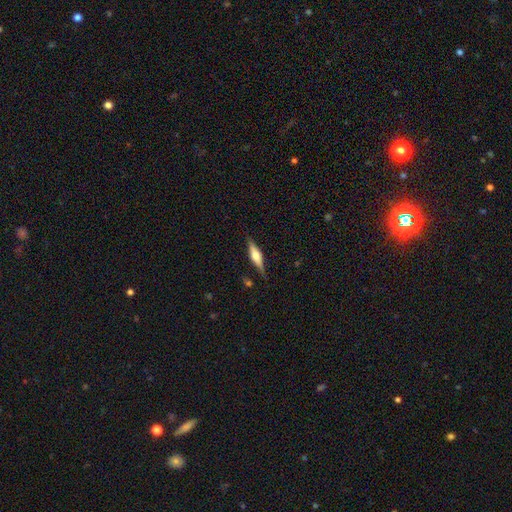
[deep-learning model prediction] Smooth or featured? Predicted: featured or disk (p=0.61). Edge-on disk? Predicted: yes (p=0.96). Edge-on bulge? Predicted: rounded (p=0.88). Merging? Predicted: none (p=0.84).